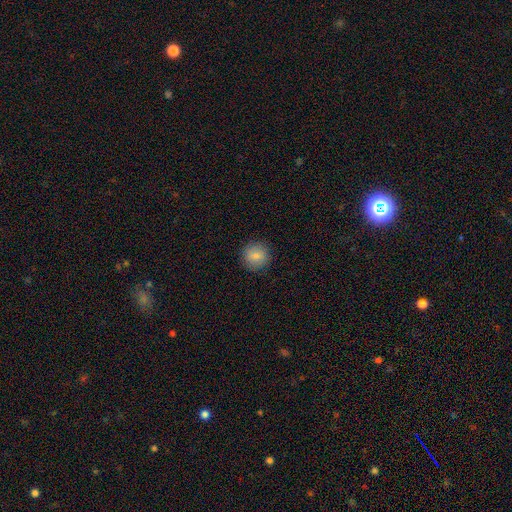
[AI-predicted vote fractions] smooth_or_featured: smooth (p=0.83) [alt: star or artifact p=0.09]
how_rounded: round (p=0.93) [alt: in between p=0.06]
merging: none (p=0.91) [alt: minor disturbance p=0.06]